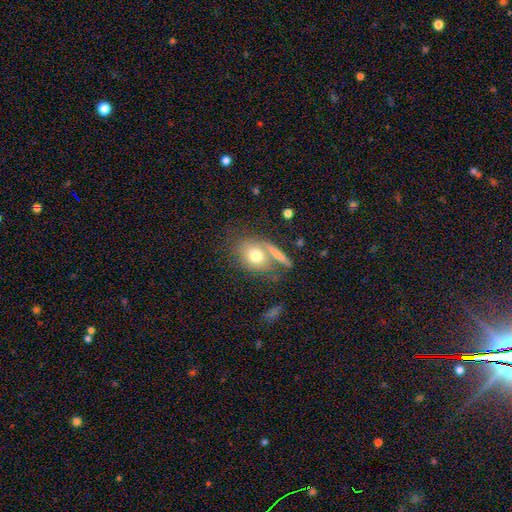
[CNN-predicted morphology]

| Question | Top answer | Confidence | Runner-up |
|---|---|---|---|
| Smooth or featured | smooth | 71% | featured or disk (20%) |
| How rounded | in between | 52% | round (45%) |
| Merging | none | 49% | merger (26%) |